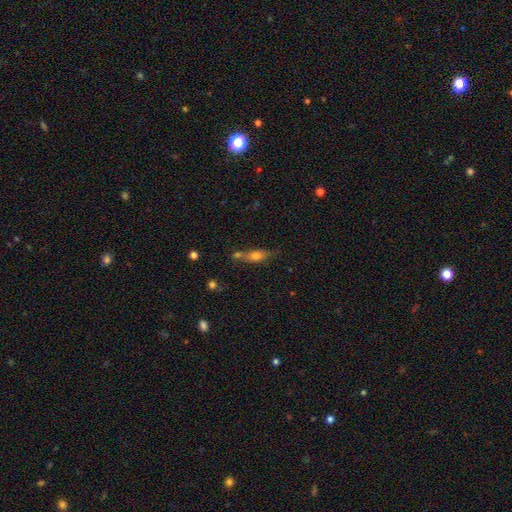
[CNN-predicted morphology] A smooth galaxy with no disk features (61%) that is in between round and cigar-shaped (54%).

Vote fractions:
- Smooth or featured? smooth: 61% / featured or disk: 29% / star or artifact: 10%
- How rounded? in between: 54% / cigar-shaped: 39% / round: 7%
- Merging? none: 51% / merger: 26% / minor disturbance: 17% / major disturbance: 6%